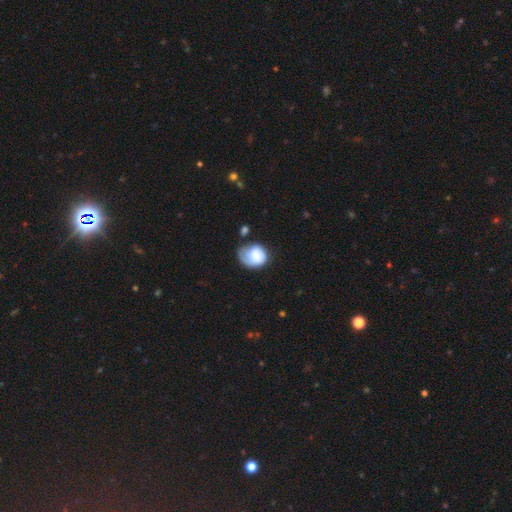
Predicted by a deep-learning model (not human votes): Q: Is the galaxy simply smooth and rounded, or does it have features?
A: smooth — 66%.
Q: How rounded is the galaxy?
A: round — 58%.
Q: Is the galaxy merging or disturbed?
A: none — 37%.